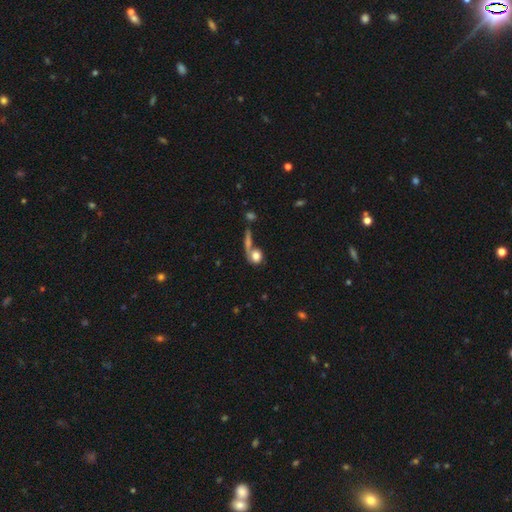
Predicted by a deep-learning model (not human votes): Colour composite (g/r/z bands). It shows a smooth galaxy with no disk features (72%) that is round (67%). Merging: merger (39%).